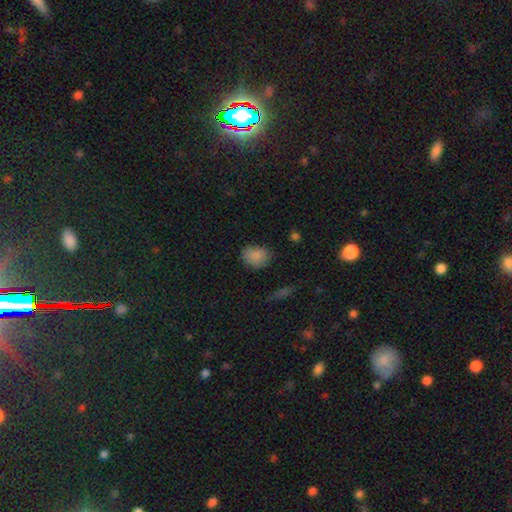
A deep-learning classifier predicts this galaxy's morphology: type=smooth (85%); roundness=round (50%); merging=none (73%).